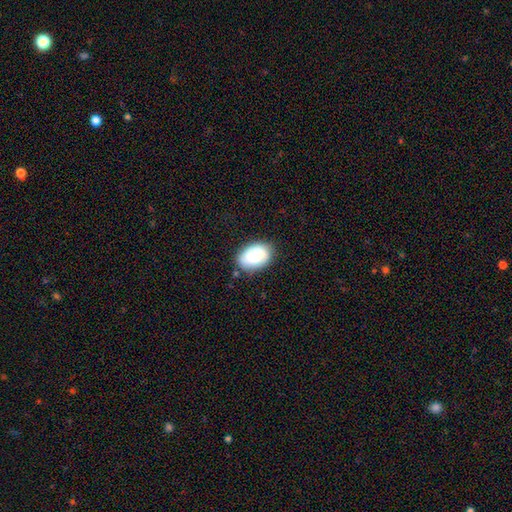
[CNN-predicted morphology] type=smooth (81%); roundness=in between (87%); merging=none (78%).